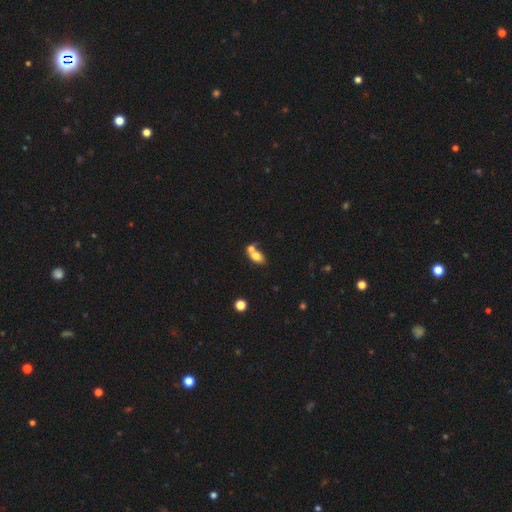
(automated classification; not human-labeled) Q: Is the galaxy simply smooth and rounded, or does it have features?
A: smooth — 75%.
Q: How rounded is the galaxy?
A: in between — 83%.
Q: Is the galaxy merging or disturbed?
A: merger — 52%.